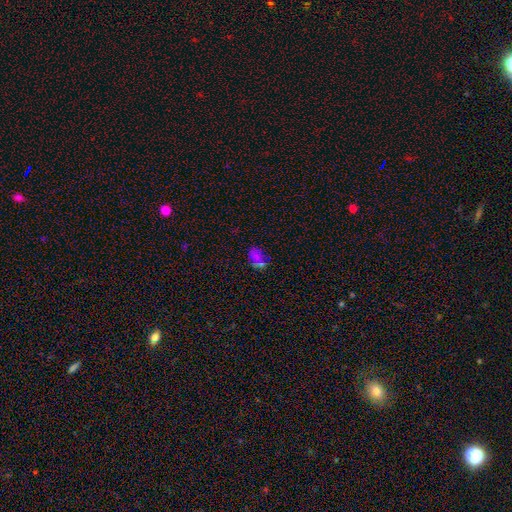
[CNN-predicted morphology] Overall: smooth (54%; star or artifact 33%). How rounded: in between (64%; round 33%). Merging: none (53%; merger 22%).